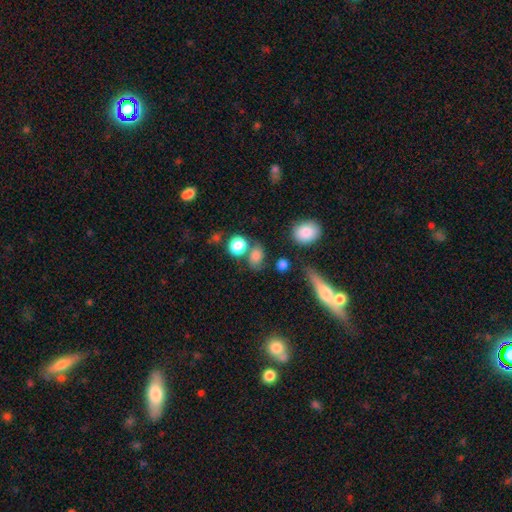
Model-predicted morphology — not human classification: type=smooth (77%); roundness=round (50%); merging=none (55%).